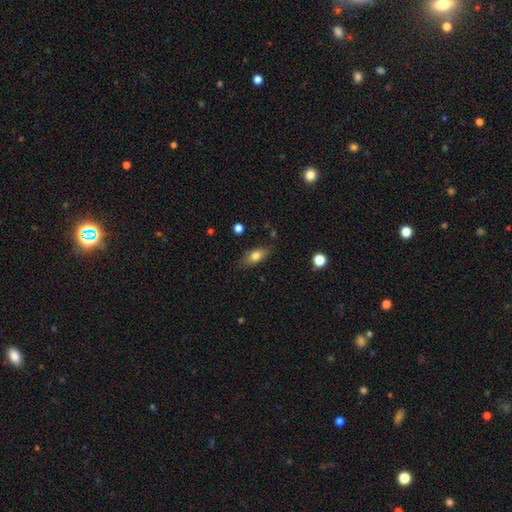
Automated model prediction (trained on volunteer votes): smooth_or_featured: smooth (p=0.77) [alt: featured or disk p=0.15]
how_rounded: in between (p=0.81) [alt: cigar-shaped p=0.13]
merging: none (p=0.80) [alt: minor disturbance p=0.15]